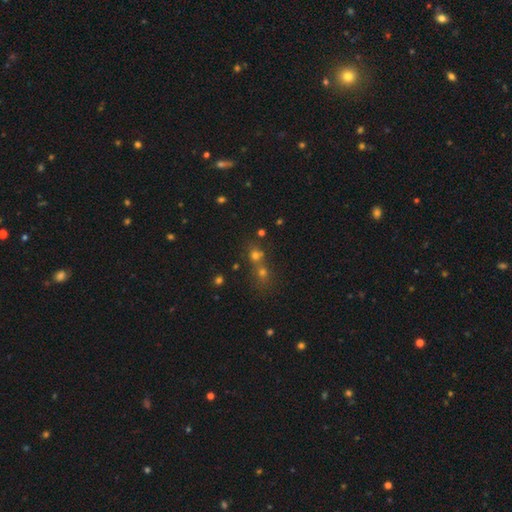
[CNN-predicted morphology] smooth-or-featured: smooth: 54% | star or artifact: 33% | featured or disk: 14%
  how-rounded: round: 82% | in between: 16% | cigar-shaped: 2%
  merging: merger: 53% | none: 38% | minor disturbance: 6% | major disturbance: 3%